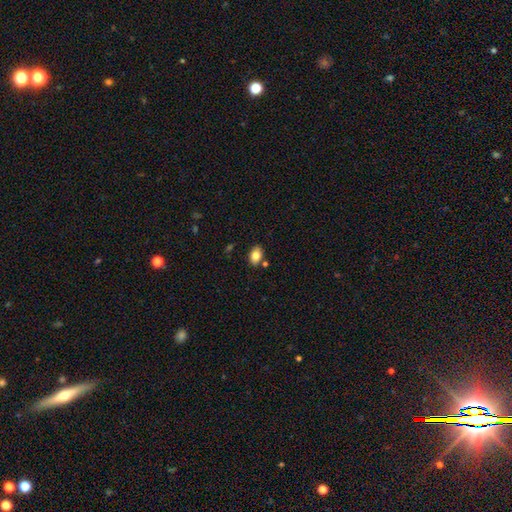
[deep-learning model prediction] Q: Smooth or featured?
A: smooth (81%); runner-up: featured or disk (11%)
Q: How rounded?
A: in between (84%); runner-up: round (14%)
Q: Merging?
A: none (81%); runner-up: minor disturbance (11%)